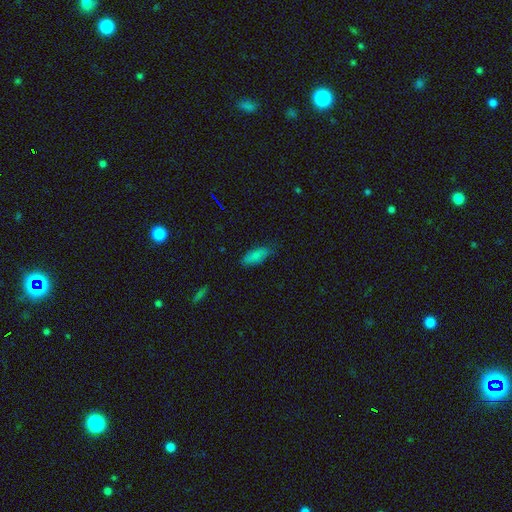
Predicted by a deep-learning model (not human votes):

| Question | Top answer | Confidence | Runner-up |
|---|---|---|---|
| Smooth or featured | smooth | 82% | star or artifact (9%) |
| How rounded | in between | 78% | cigar-shaped (20%) |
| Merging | none | 75% | minor disturbance (20%) |